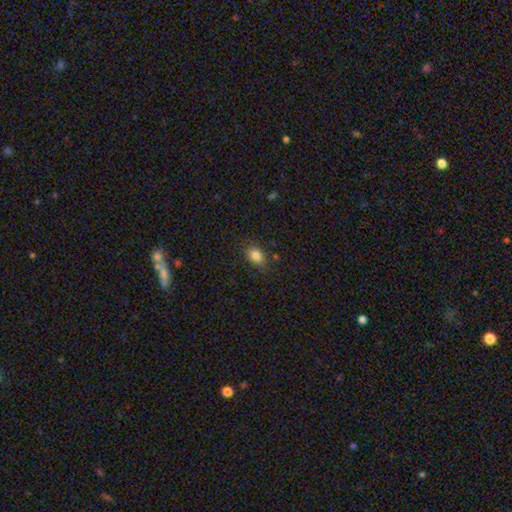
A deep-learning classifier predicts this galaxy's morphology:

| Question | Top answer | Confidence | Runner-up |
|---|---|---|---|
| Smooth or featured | smooth | 83% | star or artifact (10%) |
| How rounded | in between | 72% | round (26%) |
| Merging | none | 79% | minor disturbance (16%) |